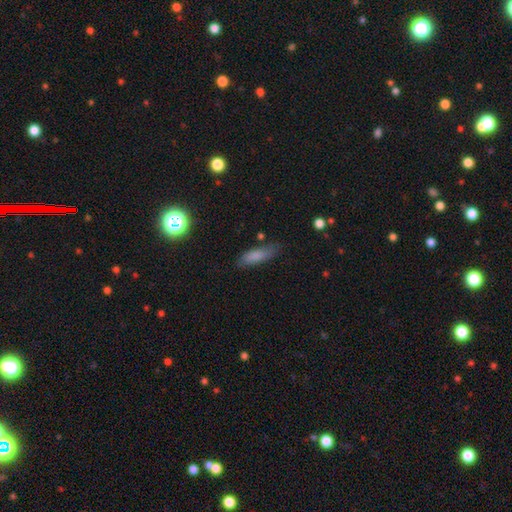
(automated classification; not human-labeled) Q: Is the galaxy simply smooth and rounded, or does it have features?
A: smooth — 79%.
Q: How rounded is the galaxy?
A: in between — 50%.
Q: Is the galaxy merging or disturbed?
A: none — 73%.